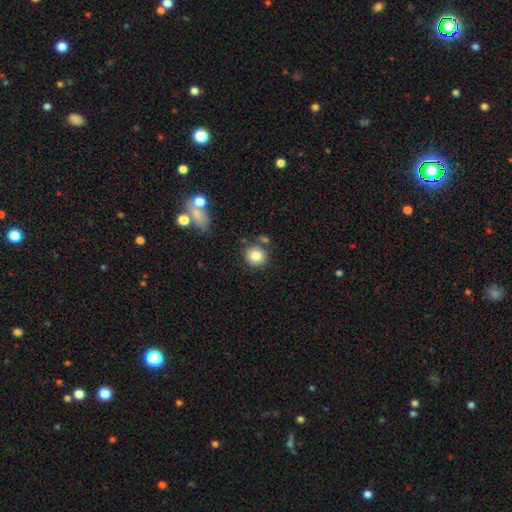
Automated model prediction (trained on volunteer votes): This appears to be a smooth galaxy with no disk features (82%) that is round (90%). Merging: none (78%).